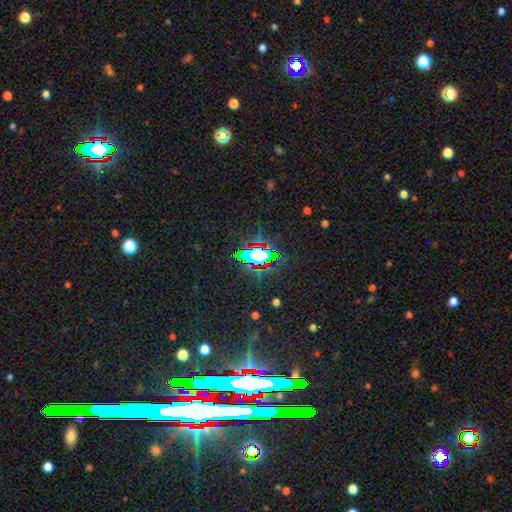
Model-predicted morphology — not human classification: Smooth or featured: star or artifact — 69% (smooth — 19%)